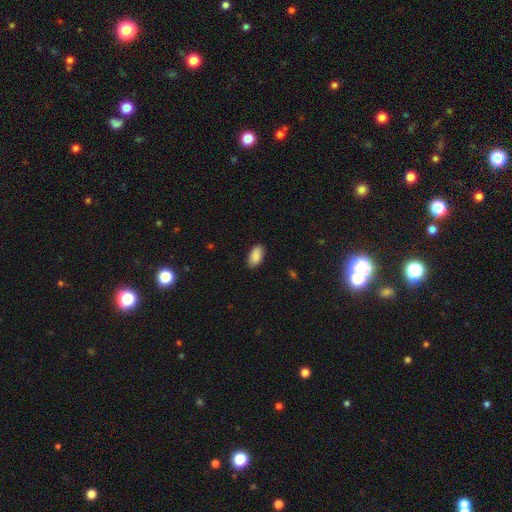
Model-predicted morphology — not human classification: The model was most divided on "merging": none: 87%, minor disturbance: 10%, major disturbance: 2%, merger: 1%. More confident: how rounded — in between (95%); smooth or featured — smooth (90%).